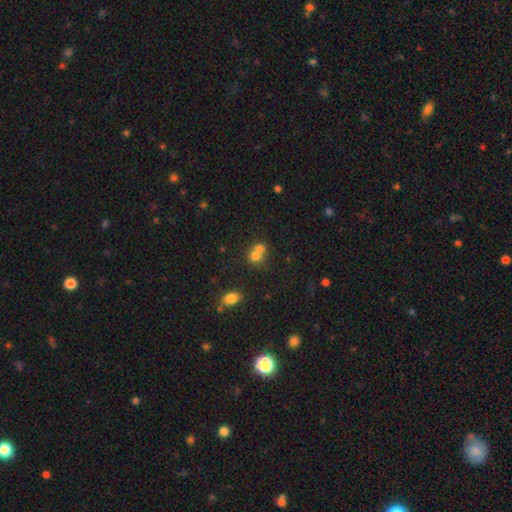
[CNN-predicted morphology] A smooth galaxy with no disk features (71%) that is round (72%). Merging: merger (63%).